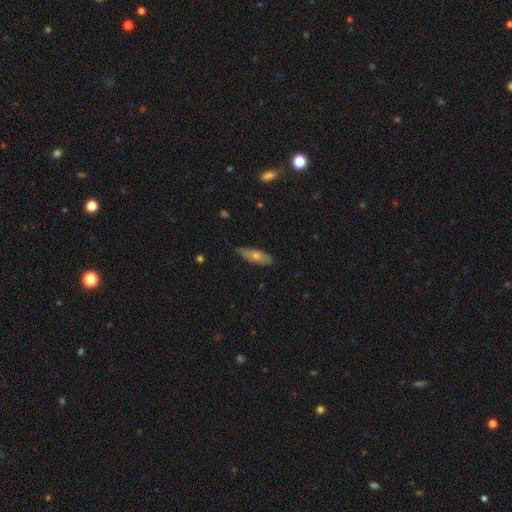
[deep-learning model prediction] Overall: smooth (54%; featured or disk 38%). How rounded: cigar-shaped (55%; in between 43%). Merging: none (80%).